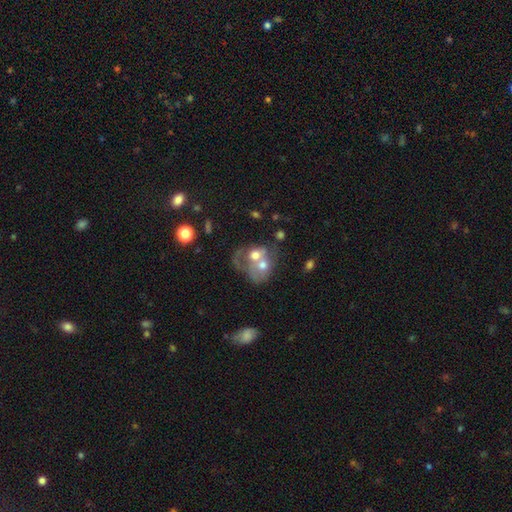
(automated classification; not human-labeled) This is possibly a smooth galaxy (49%). Merging: likely merger (75%).